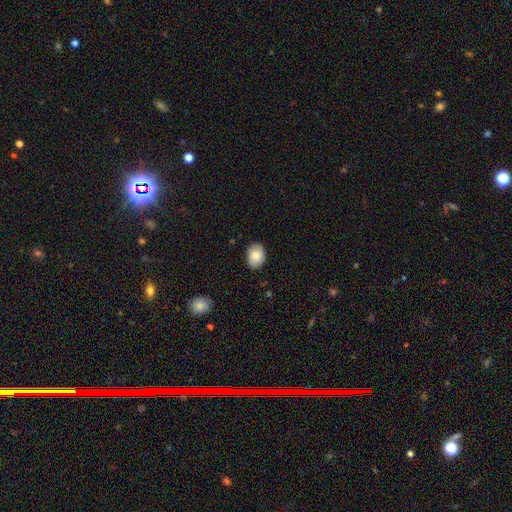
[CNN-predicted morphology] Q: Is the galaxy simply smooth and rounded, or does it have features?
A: smooth — 78%.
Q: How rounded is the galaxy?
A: in between — 70%.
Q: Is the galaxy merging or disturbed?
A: none — 84%.